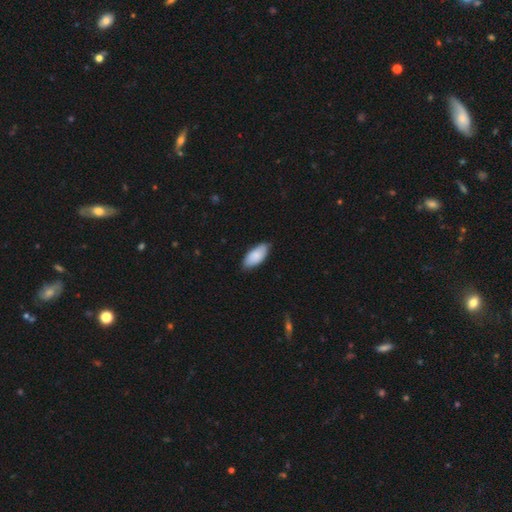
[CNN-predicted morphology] type=smooth (84%); roundness=in between (91%); merging=none (78%).